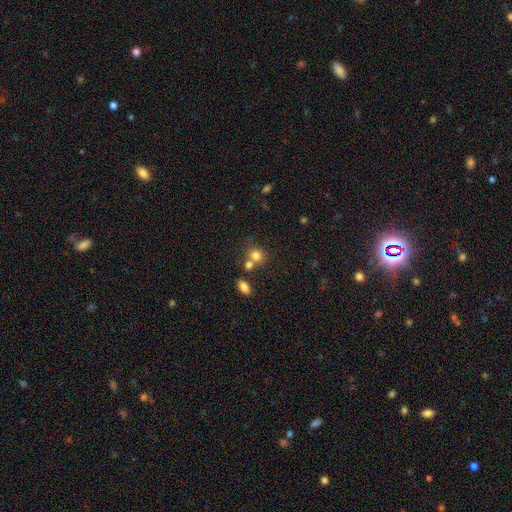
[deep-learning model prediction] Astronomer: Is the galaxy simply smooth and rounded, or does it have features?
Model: smooth — 78%.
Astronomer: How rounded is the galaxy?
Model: round — 74%.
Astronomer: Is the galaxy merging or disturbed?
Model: none — 51% (runner-up: merger, 34%).